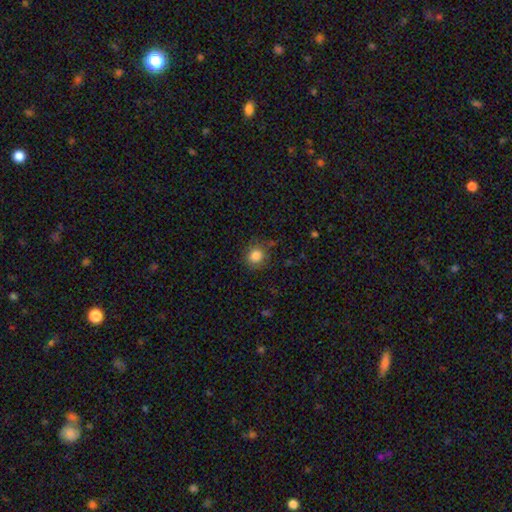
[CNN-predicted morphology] Smooth or featured: smooth — 85% (star or artifact — 11%)
How rounded: round — 86% (in between — 13%)
Merging: none — 80% (minor disturbance — 14%)